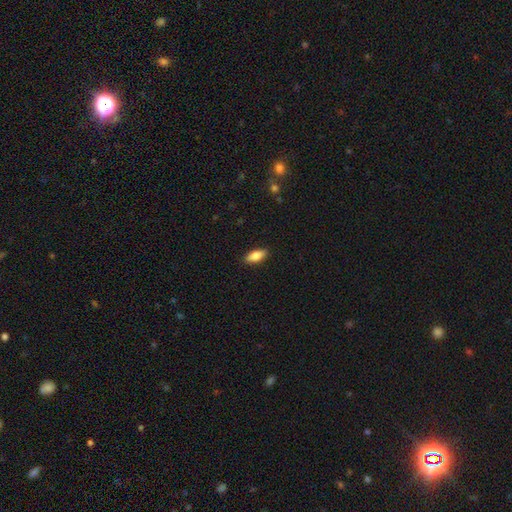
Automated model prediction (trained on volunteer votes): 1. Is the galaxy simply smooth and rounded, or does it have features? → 82% smooth, 12% featured or disk, 6% star or artifact.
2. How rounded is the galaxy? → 78% in between, 19% cigar-shaped, 2% round.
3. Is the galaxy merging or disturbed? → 89% none, 8% minor disturbance, 2% major disturbance, 1% merger.